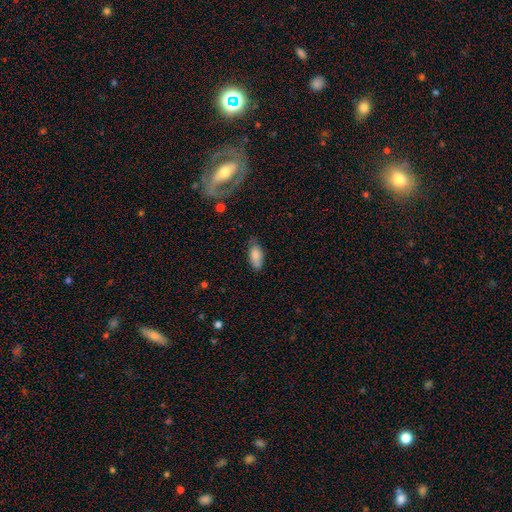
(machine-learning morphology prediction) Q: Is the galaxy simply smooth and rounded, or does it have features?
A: smooth — 84%.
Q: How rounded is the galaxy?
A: in between — 85%.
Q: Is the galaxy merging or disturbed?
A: none — 68%.